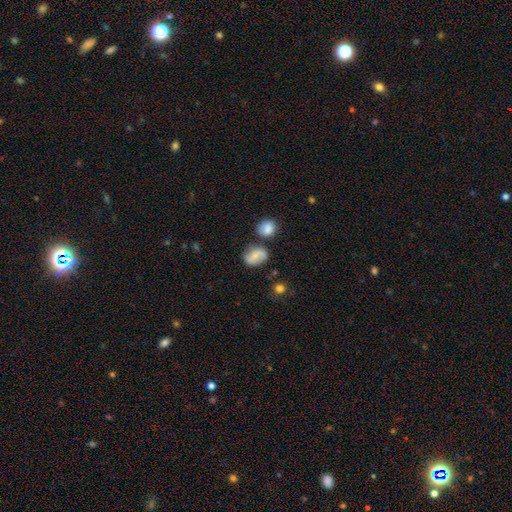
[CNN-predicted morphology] type=smooth (54%); roundness=in between (55%); merging=none (68%).